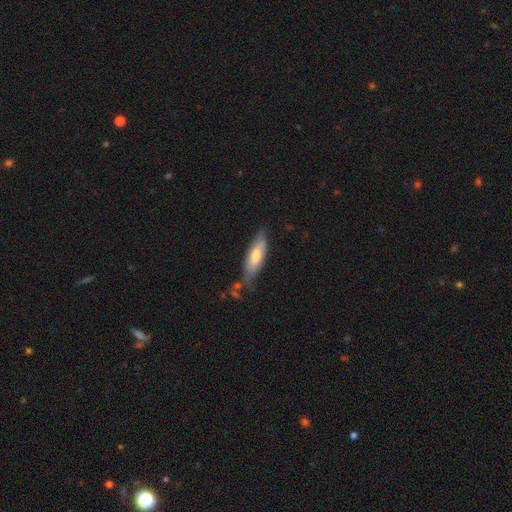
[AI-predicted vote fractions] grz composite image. It shows a smooth galaxy with no disk features (57%) that is cigar-shaped (51%). Merging: none (61%).